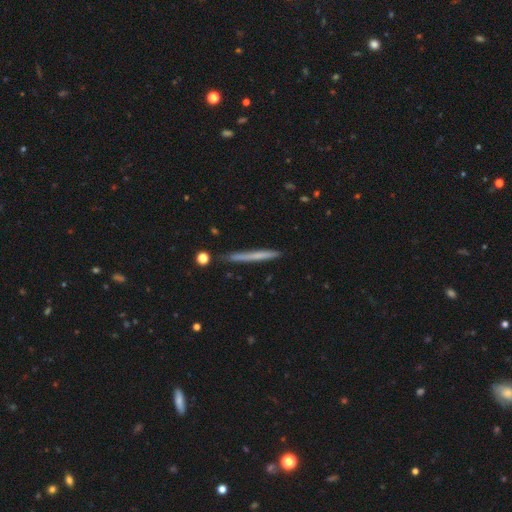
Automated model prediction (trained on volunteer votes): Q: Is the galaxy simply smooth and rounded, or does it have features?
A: smooth — 57%.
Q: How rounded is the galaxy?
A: cigar-shaped — 97%.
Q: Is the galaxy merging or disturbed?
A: none — 86%.